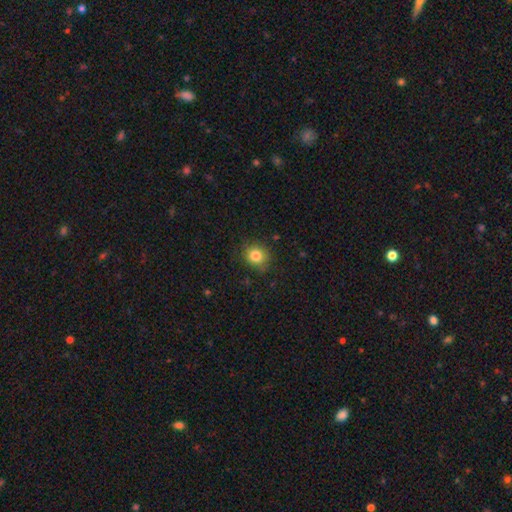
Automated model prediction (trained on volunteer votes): Overall: smooth (83%). How rounded: round (84%). Merging: none (84%).